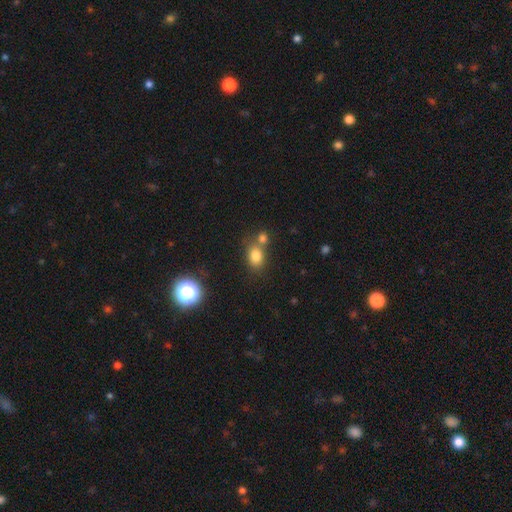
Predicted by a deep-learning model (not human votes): smooth 79%, star or artifact 13%, featured or disk 8%. Down the decision tree: how rounded — in between (65%); merging — none (52%).